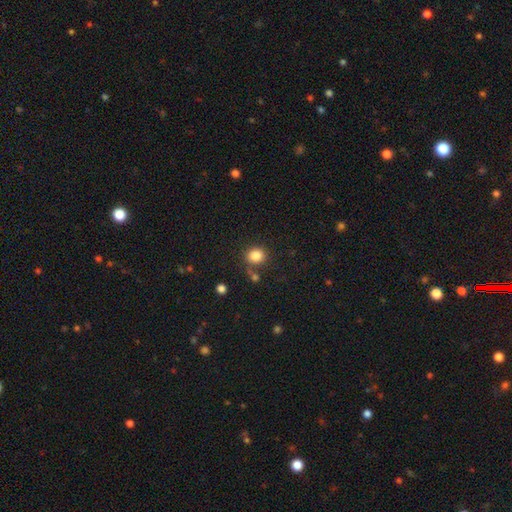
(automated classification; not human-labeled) Smooth or featured: smooth — 84% (star or artifact — 11%)
How rounded: round — 75% (in between — 24%)
Merging: none — 75% (minor disturbance — 11%)